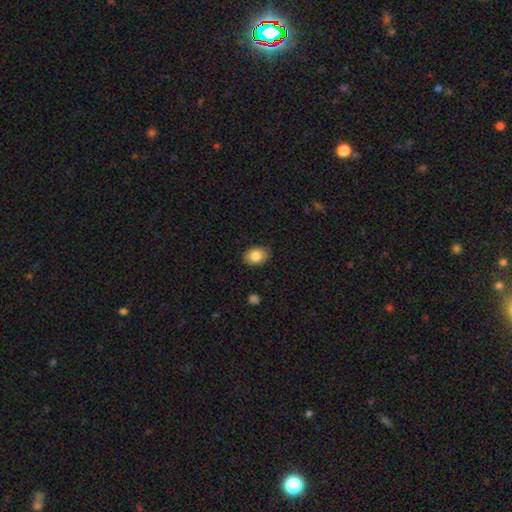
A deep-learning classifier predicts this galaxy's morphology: Smooth or featured?
  - smooth: 85% *
  - star or artifact: 8%
  - featured or disk: 7%
How rounded?
  - in between: 71% *
  - round: 28%
  - cigar-shaped: 1%
Merging?
  - none: 86% *
  - minor disturbance: 10%
  - major disturbance: 2%
  - merger: 1%